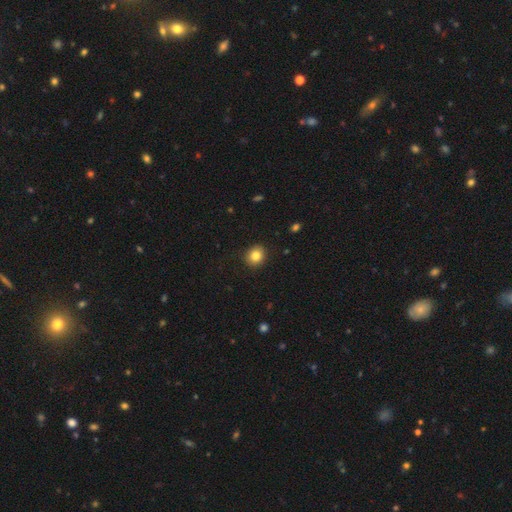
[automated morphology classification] This appears to be a smooth galaxy with no disk features (83%) that is round (76%). Merging: none (90%).